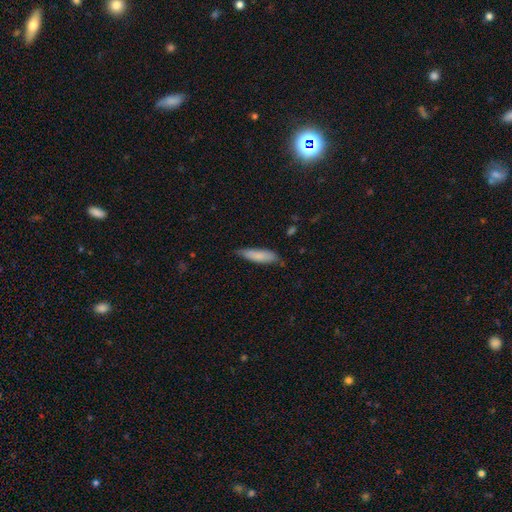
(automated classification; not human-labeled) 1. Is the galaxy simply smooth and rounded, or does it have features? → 82% smooth, 12% featured or disk, 6% star or artifact.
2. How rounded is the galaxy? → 67% cigar-shaped, 31% in between, 1% round.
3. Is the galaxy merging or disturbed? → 72% none, 23% minor disturbance, 3% major disturbance, 2% merger.